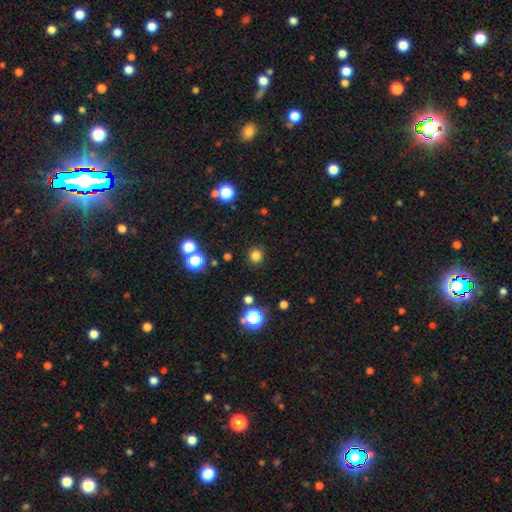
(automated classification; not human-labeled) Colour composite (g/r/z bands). It shows a smooth galaxy with no disk features (79%) that is round (94%). Merging: none (90%).